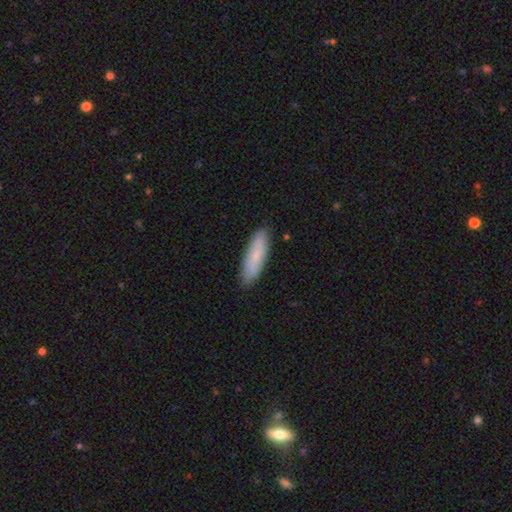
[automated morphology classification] This appears to be a smooth galaxy with no disk features (75%) that is cigar-shaped (60%). Merging: none (87%).